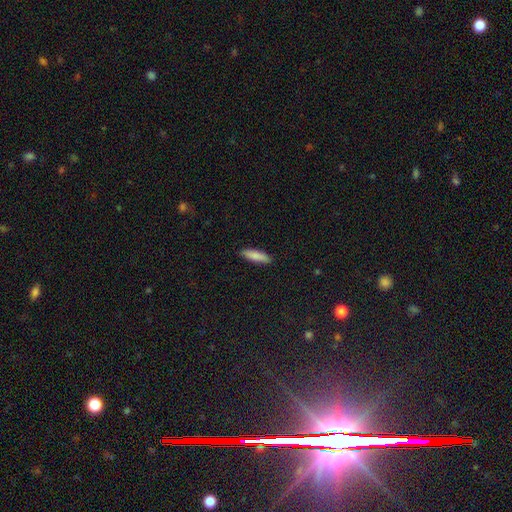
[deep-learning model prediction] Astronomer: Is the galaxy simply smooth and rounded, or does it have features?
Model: smooth — 85%.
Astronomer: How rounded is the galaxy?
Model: cigar-shaped — 71%.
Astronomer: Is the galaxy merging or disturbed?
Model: none — 90%.